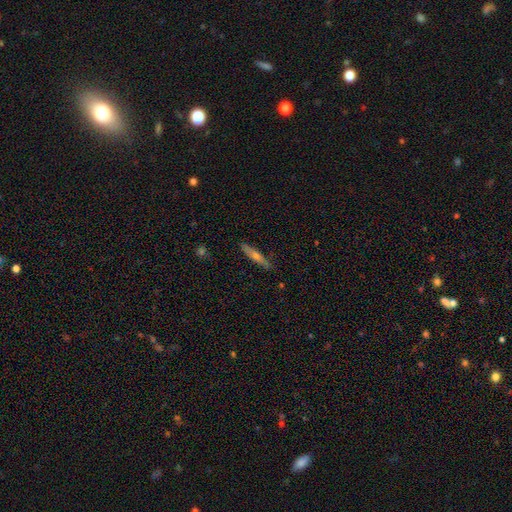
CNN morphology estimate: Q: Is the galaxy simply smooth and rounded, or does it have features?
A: featured or disk — 56%.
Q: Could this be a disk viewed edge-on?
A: yes — 93%.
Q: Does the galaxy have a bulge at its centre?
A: rounded — 83%.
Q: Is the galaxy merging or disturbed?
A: none — 88%.